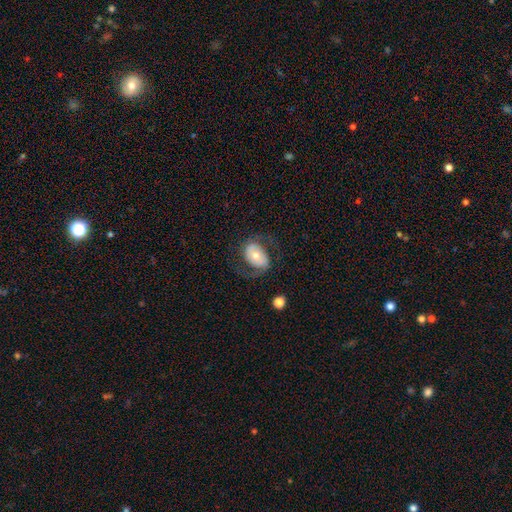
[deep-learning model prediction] Smooth or featured? featured or disk (60%)
Edge-on disk? no (95%)
Bar? no (60%)
Spiral arms? yes (74%)
Bulge size? moderate (62%)
Merging? none (63%)